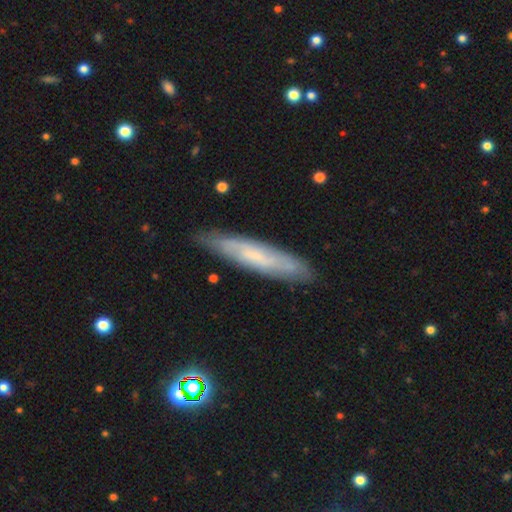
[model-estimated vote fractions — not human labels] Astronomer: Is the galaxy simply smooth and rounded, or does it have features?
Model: featured or disk — 48% (runner-up: smooth, 45%).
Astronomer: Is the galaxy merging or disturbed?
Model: none — 82%.